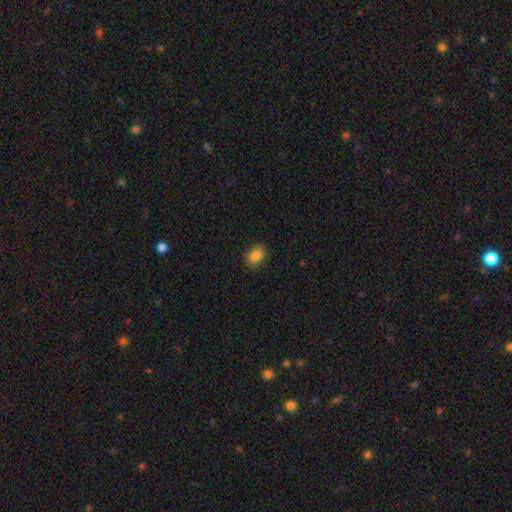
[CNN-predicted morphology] Q: Smooth or featured?
A: smooth (83%); runner-up: star or artifact (10%)
Q: How rounded?
A: in between (65%); runner-up: round (34%)
Q: Merging?
A: none (86%); runner-up: minor disturbance (11%)